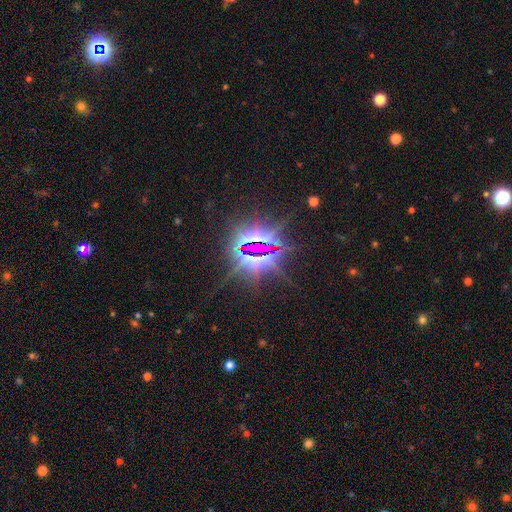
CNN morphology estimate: smooth-or-featured: star or artifact: 85% | featured or disk: 10% | smooth: 5%